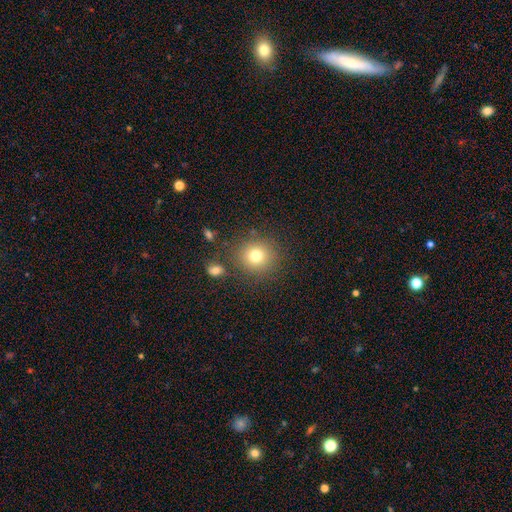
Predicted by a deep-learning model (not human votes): Smooth or featured? Predicted: smooth (p=0.77). How rounded? Predicted: round (p=0.89). Merging? Predicted: none (p=0.83).